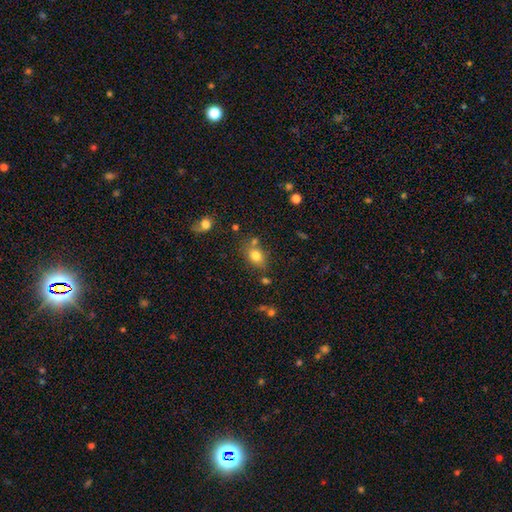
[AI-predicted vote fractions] The model was most divided on "how rounded": in between: 66%, round: 32%, cigar-shaped: 2%. More confident: smooth or featured — smooth (78%); merging — none (64%).